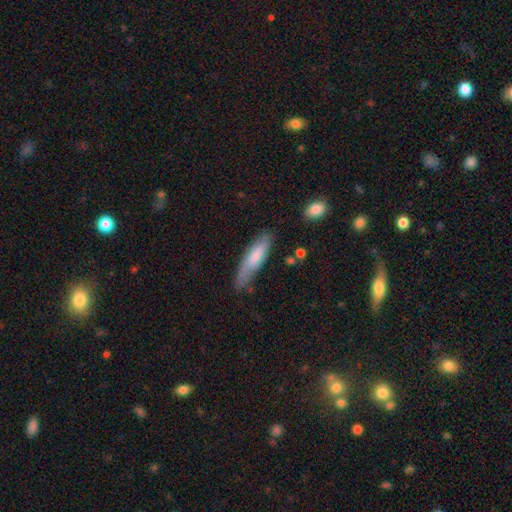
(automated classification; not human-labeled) Smooth or featured?
  - smooth: 66% *
  - featured or disk: 28%
  - star or artifact: 6%
How rounded?
  - cigar-shaped: 68% *
  - in between: 30%
  - round: 2%
Merging?
  - none: 62% *
  - minor disturbance: 28%
  - major disturbance: 7%
  - merger: 3%